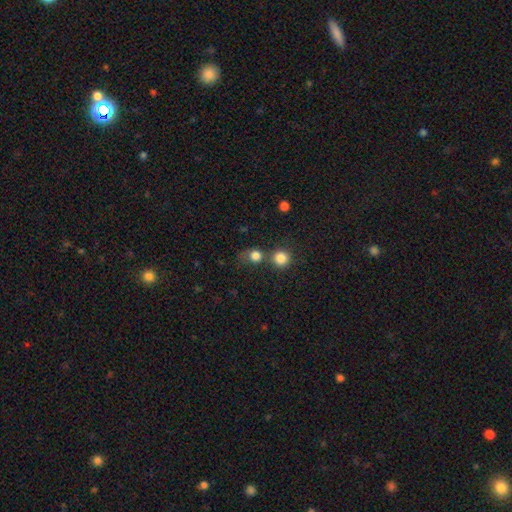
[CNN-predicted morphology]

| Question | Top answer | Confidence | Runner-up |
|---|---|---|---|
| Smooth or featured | smooth | 80% | star or artifact (13%) |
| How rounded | round | 82% | in between (17%) |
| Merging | none | 49% | merger (30%) |